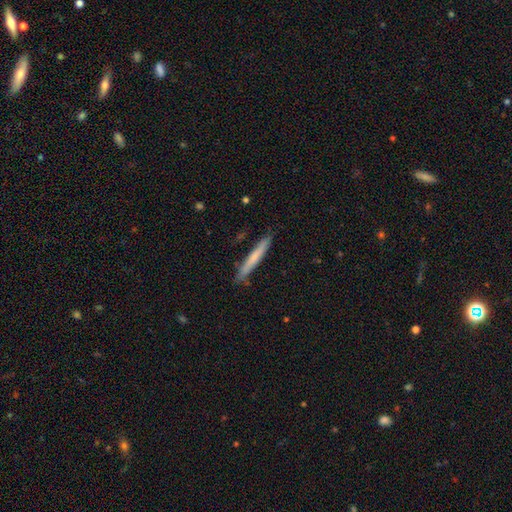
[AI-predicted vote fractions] Smooth or featured? smooth (63%)
How rounded? cigar-shaped (96%)
Merging? none (87%)